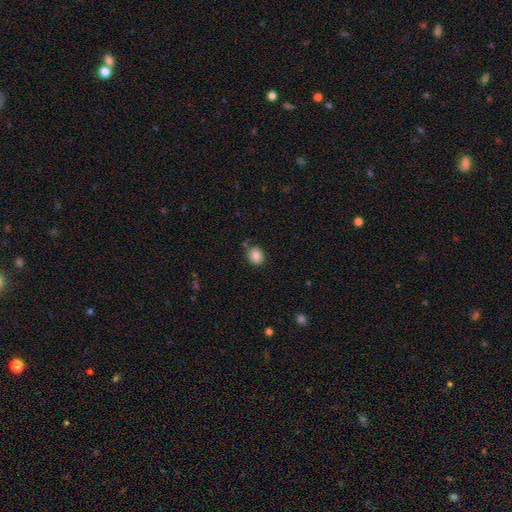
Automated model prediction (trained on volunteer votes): The model was most divided on "how rounded": round: 73%, in between: 26%, cigar-shaped: 1%. More confident: smooth or featured — smooth (84%); merging — none (77%).